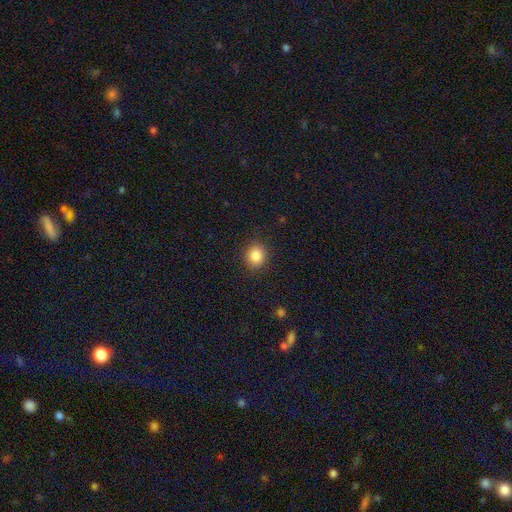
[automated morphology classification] smooth-or-featured: smooth: 86% | star or artifact: 10% | featured or disk: 4%
  how-rounded: round: 82% | in between: 18% | cigar-shaped: 1%
  merging: none: 89% | minor disturbance: 7% | major disturbance: 2% | merger: 1%